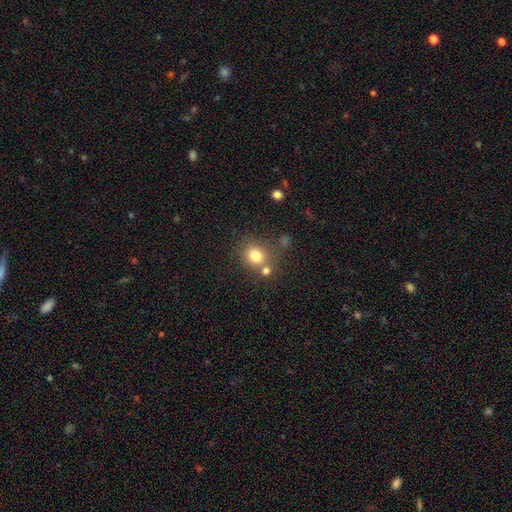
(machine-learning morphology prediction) smooth 79%, star or artifact 13%, featured or disk 9%. Down the decision tree: how rounded — round (80%); merging — none (65%).